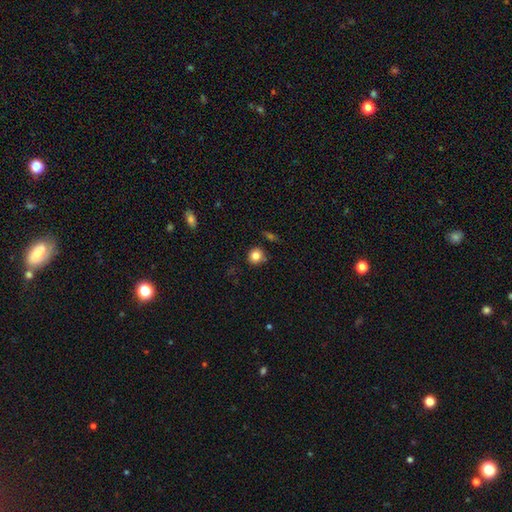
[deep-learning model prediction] The model was most divided on "smooth or featured": smooth: 82%, star or artifact: 11%, featured or disk: 7%. More confident: how rounded — round (87%); merging — none (83%).